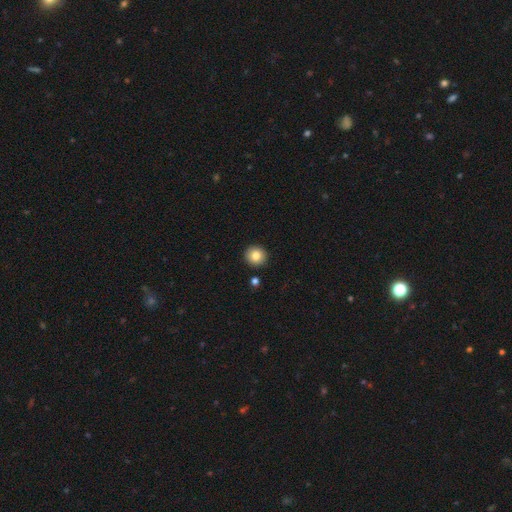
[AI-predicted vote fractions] Smooth or featured?
  - smooth: 83% *
  - star or artifact: 9%
  - featured or disk: 8%
How rounded?
  - round: 93% *
  - in between: 6%
  - cigar-shaped: 1%
Merging?
  - none: 92% *
  - minor disturbance: 5%
  - merger: 2%
  - major disturbance: 1%